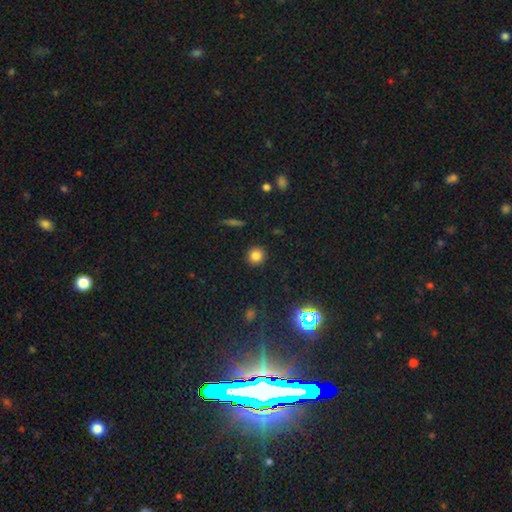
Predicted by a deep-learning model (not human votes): Smooth or featured: smooth — 80% (star or artifact — 14%)
How rounded: round — 92% (in between — 7%)
Merging: none — 91% (minor disturbance — 5%)